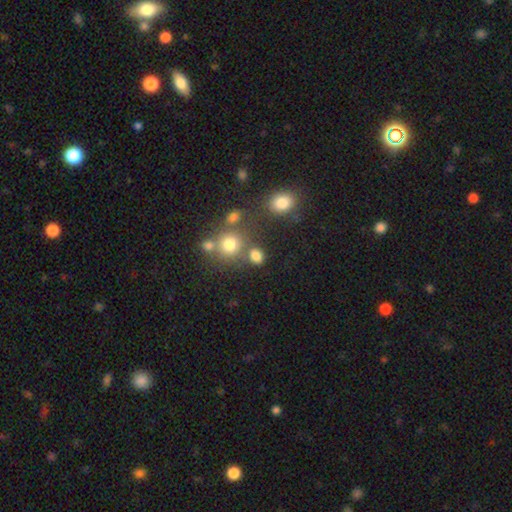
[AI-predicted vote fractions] A smooth galaxy with no disk features (78%) that is round (58%). Merging: none (63%).